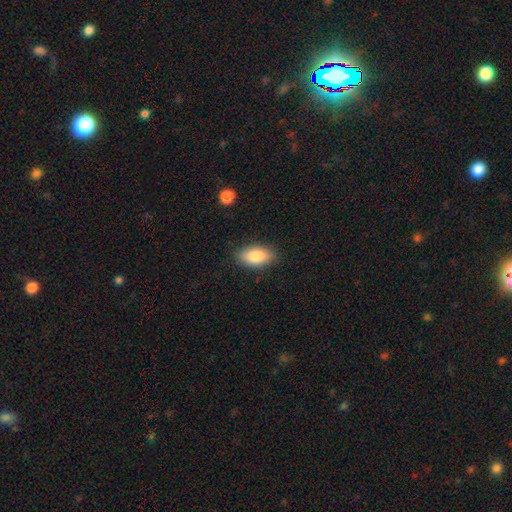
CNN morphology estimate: A smooth galaxy with no disk features (86%) that is in between round and cigar-shaped (92%).

Vote fractions:
- Smooth or featured? smooth: 86% / featured or disk: 8% / star or artifact: 7%
- How rounded? in between: 92% / cigar-shaped: 4% / round: 3%
- Merging? none: 86% / minor disturbance: 10% / major disturbance: 2% / merger: 1%